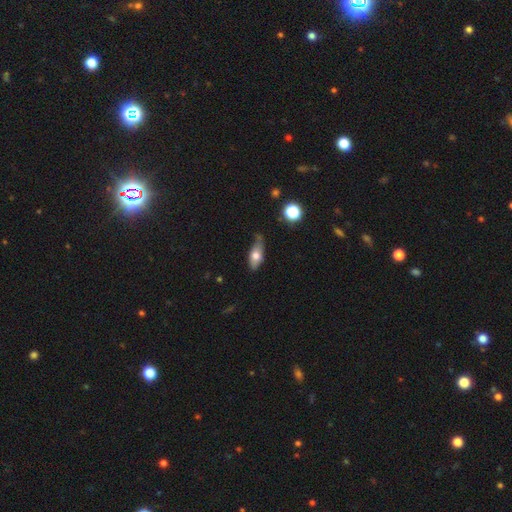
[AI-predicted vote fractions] Smooth or featured? smooth (63%)
How rounded? in between (73%)
Merging? none (53%)